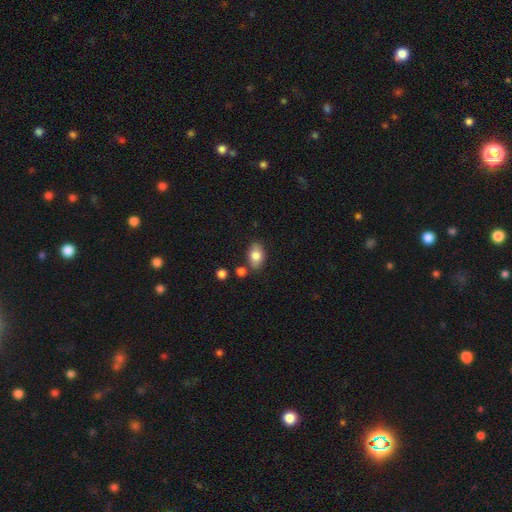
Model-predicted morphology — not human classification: A smooth galaxy with no disk features (81%) that is in between round and cigar-shaped (85%). Merging: none (75%).